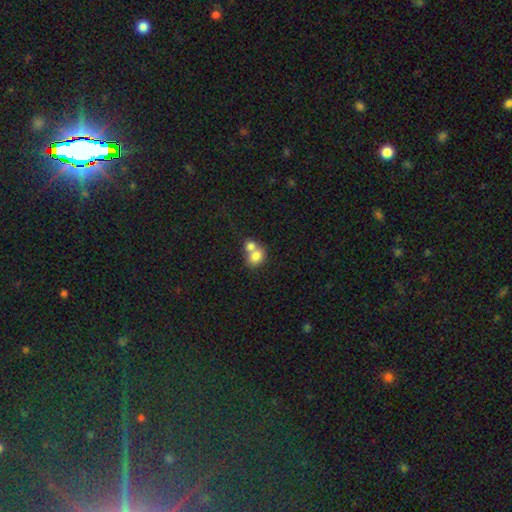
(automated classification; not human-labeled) This is likely a smooth galaxy (77%). How rounded: possibly round (55%). Merging: likely merger (67%).